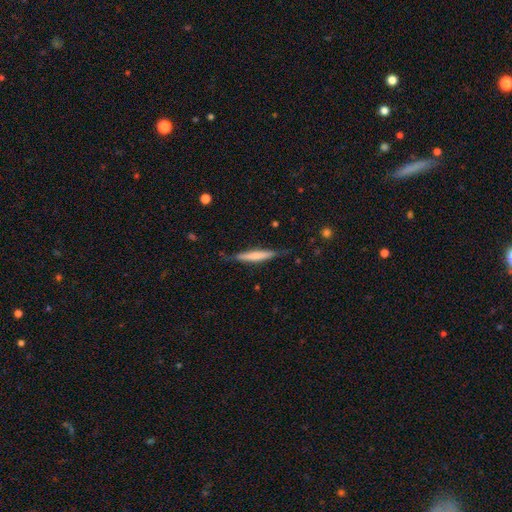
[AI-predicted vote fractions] Morphology: type=smooth (58%); roundness=cigar-shaped (93%); merging=none (78%).